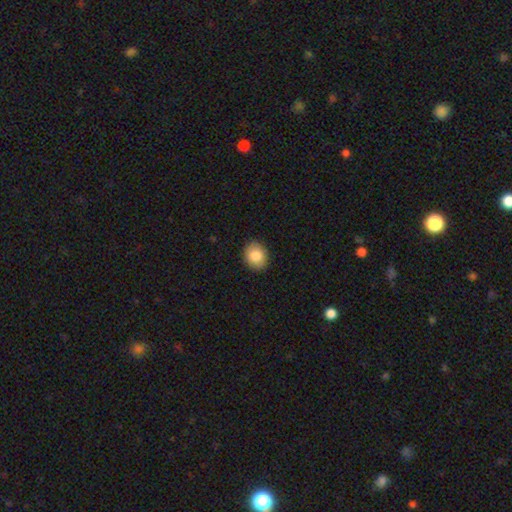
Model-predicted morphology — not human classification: smooth_or_featured: smooth (p=0.84) [alt: featured or disk p=0.08]
how_rounded: in between (p=0.52) [alt: round p=0.47]
merging: none (p=0.89) [alt: minor disturbance p=0.08]